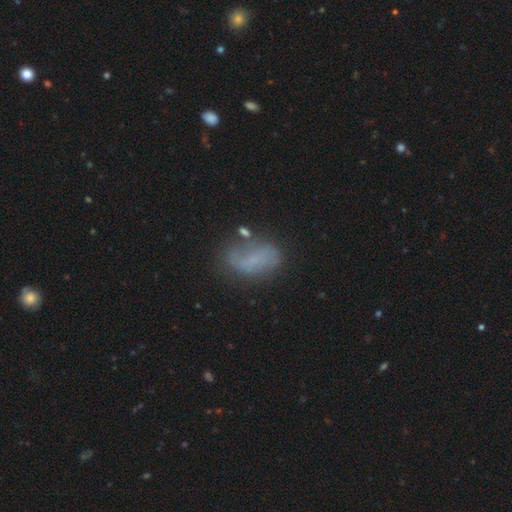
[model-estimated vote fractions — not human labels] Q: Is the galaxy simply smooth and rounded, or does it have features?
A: smooth — 51%.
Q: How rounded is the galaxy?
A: in between — 87%.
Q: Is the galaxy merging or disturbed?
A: none — 56%.